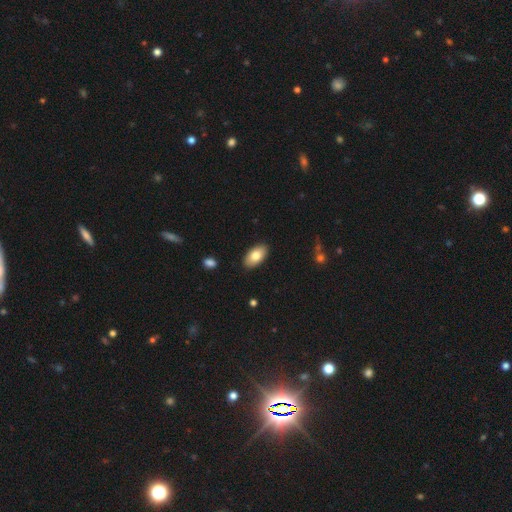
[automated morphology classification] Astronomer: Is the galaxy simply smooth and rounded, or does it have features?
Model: smooth — 80%.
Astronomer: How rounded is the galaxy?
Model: in between — 95%.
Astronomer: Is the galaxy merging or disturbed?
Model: none — 88%.